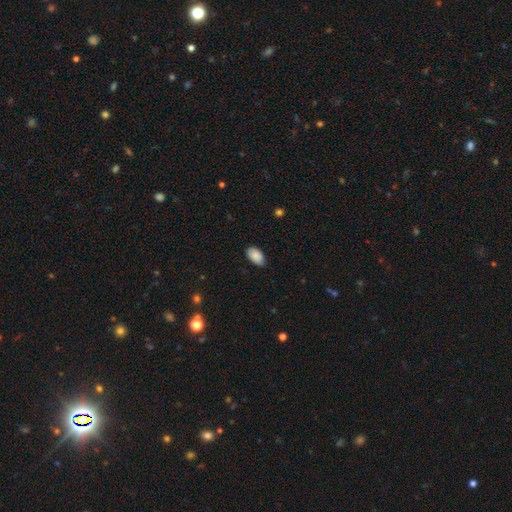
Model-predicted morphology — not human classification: Smooth or featured: smooth — 89% (star or artifact — 7%)
How rounded: in between — 95% (round — 4%)
Merging: none — 83% (minor disturbance — 13%)